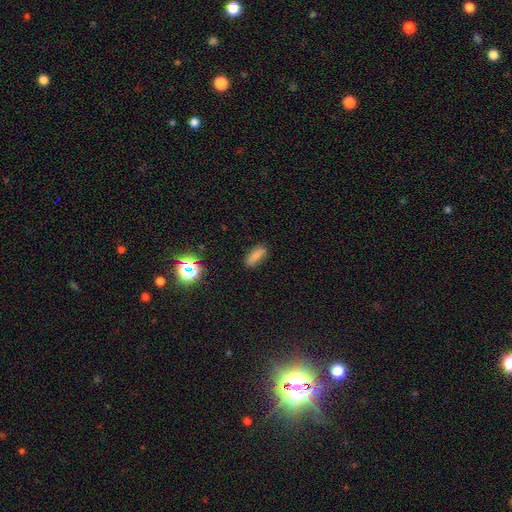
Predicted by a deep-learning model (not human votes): Smooth or featured: smooth — 77% (star or artifact — 14%)
How rounded: in between — 73% (cigar-shaped — 23%)
Merging: none — 79% (minor disturbance — 15%)